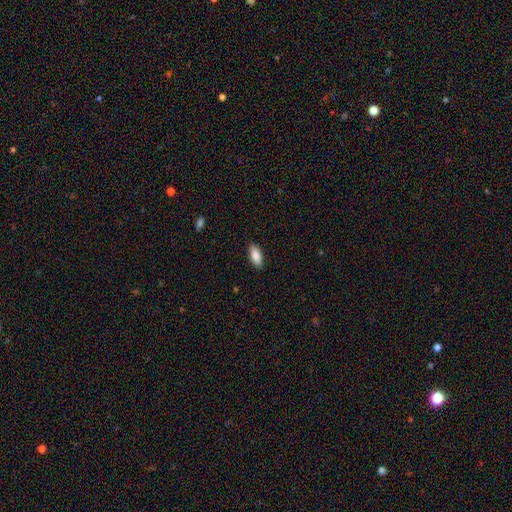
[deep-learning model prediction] Q: Smooth or featured?
A: smooth (86%); runner-up: featured or disk (8%)
Q: How rounded?
A: in between (84%); runner-up: cigar-shaped (14%)
Q: Merging?
A: none (89%); runner-up: minor disturbance (8%)